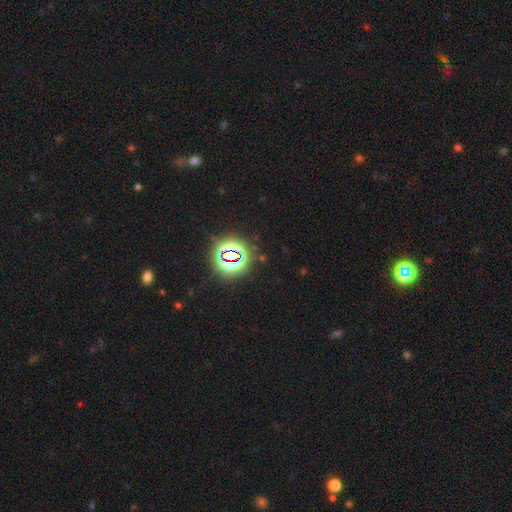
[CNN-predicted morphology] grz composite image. It shows a star or artifact, not a galaxy (78%).